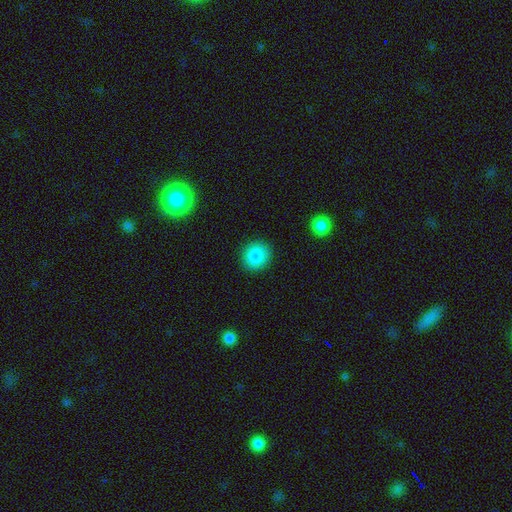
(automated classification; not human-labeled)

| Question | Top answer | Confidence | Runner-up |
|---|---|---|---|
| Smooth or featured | smooth | 86% | star or artifact (9%) |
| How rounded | round | 85% | in between (14%) |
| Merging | none | 90% | minor disturbance (6%) |